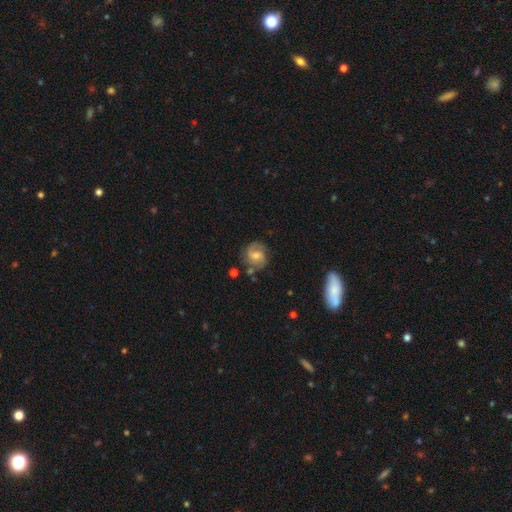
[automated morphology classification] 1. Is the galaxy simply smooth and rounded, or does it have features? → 79% featured or disk, 15% smooth, 7% star or artifact.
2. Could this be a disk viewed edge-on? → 98% no, 2% yes.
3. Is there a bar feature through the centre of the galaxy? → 48% no, 43% weak, 8% strong.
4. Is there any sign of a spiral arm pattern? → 96% yes, 4% no.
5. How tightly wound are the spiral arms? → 51% medium, 31% tight, 18% loose.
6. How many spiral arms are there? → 79% 2, 8% 3, 7% can't tell, 3% 1, 2% 4, 2% more than 4.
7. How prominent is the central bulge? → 50% moderate, 39% small, 6% none, 4% large, 1% dominant.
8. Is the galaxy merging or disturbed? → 74% none, 17% minor disturbance, 6% major disturbance, 4% merger.